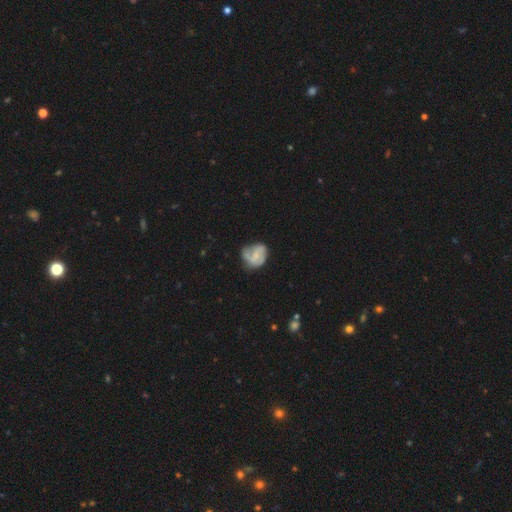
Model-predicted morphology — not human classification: type=featured or disk (55%); edge-on=no (98%); bar=no (59%); spiral arms=yes (71%); bulge=small (50%); merging=none (46%).